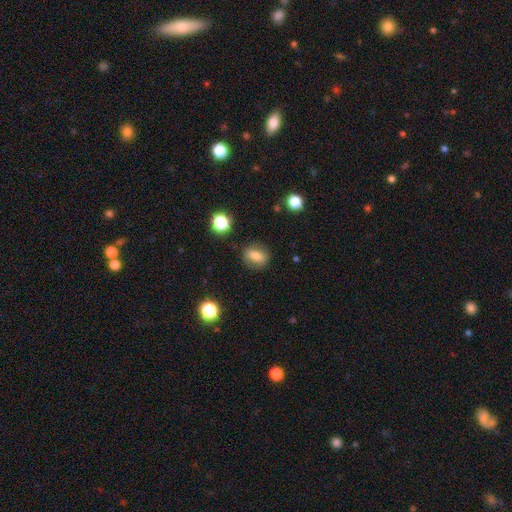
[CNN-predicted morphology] This is likely a smooth galaxy (72%). How rounded: possibly in between (54%). Merging: clearly none (82%).